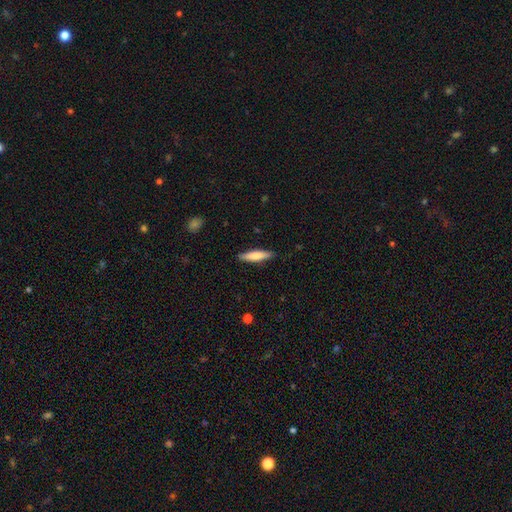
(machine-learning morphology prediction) type=smooth (73%); roundness=cigar-shaped (82%); merging=none (89%).